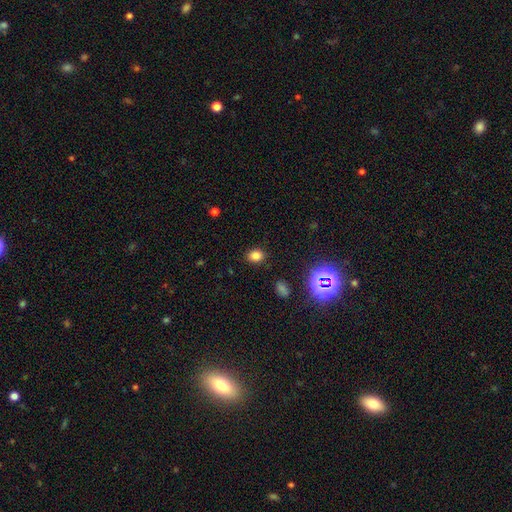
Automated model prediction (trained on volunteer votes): This is likely a smooth galaxy (78%). How rounded: possibly in between (51%). Merging: clearly none (87%).